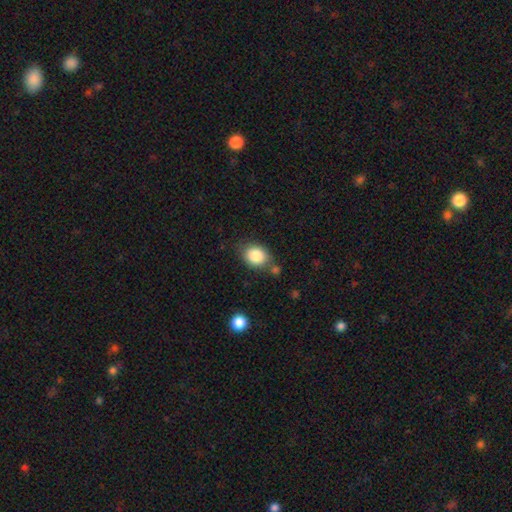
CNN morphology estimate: Smooth or featured: smooth — 86% (star or artifact — 8%)
How rounded: in between — 51% (round — 48%)
Merging: none — 70% (minor disturbance — 16%)